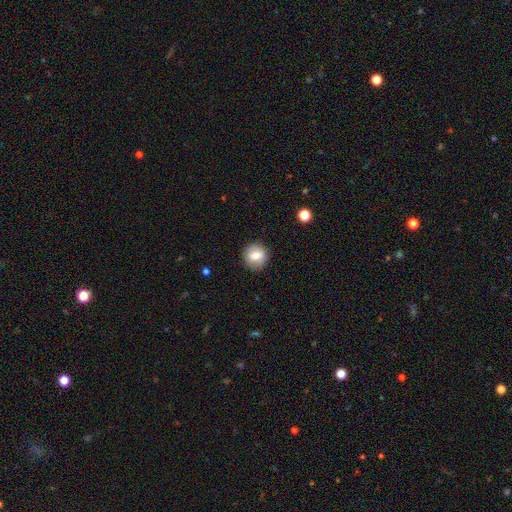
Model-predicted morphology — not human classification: Smooth or featured: smooth — 65% (featured or disk — 27%)
How rounded: round — 87% (in between — 12%)
Merging: none — 87% (minor disturbance — 9%)